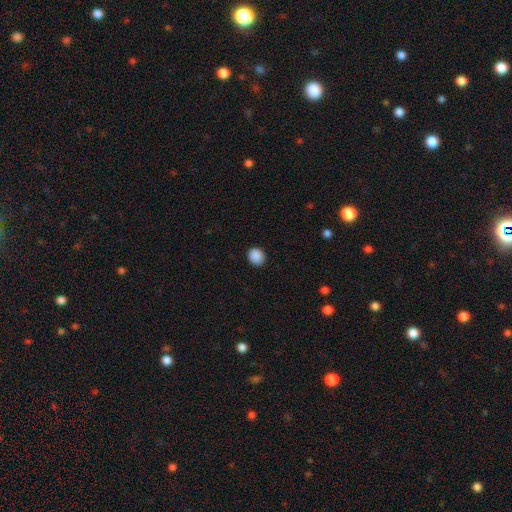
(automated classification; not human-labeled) The model was most divided on "how rounded": round: 87%, in between: 12%, cigar-shaped: 1%. More confident: merging — none (90%); smooth or featured — smooth (89%).